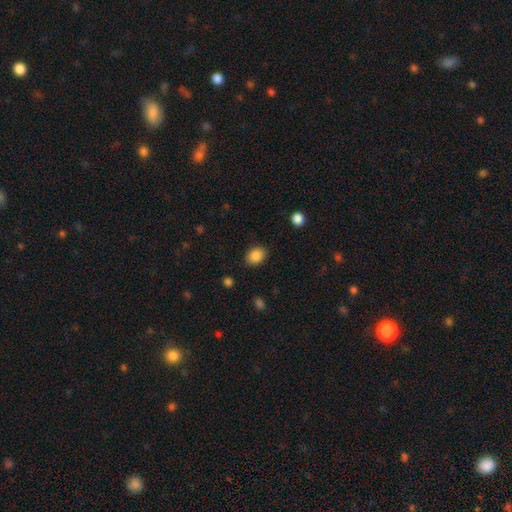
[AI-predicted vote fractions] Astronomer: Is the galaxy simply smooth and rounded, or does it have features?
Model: smooth — 87%.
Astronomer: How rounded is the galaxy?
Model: in between — 58% (runner-up: round, 41%).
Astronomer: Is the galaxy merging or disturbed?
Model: none — 86%.